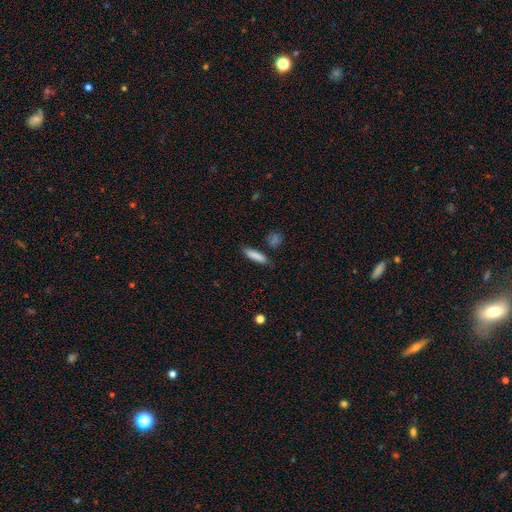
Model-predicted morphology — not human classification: smooth_or_featured: smooth (p=0.85) [alt: featured or disk p=0.09]
how_rounded: cigar-shaped (p=0.76) [alt: in between p=0.22]
merging: none (p=0.82) [alt: minor disturbance p=0.12]